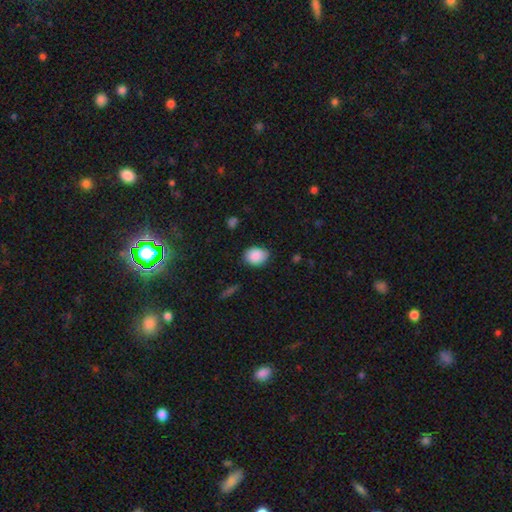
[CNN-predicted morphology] A smooth galaxy with no disk features (87%) that is in between round and cigar-shaped (62%).

Vote fractions:
- Smooth or featured? smooth: 87% / star or artifact: 7% / featured or disk: 6%
- How rounded? in between: 62% / round: 37% / cigar-shaped: 1%
- Merging? none: 77% / minor disturbance: 19% / major disturbance: 3% / merger: 1%